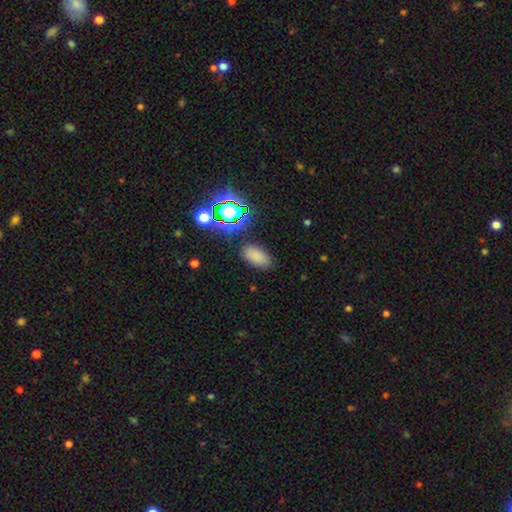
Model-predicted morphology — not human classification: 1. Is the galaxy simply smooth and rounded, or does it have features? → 77% smooth, 17% star or artifact, 6% featured or disk.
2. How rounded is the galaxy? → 92% in between, 5% round, 3% cigar-shaped.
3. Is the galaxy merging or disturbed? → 84% none, 10% minor disturbance, 3% major disturbance, 3% merger.